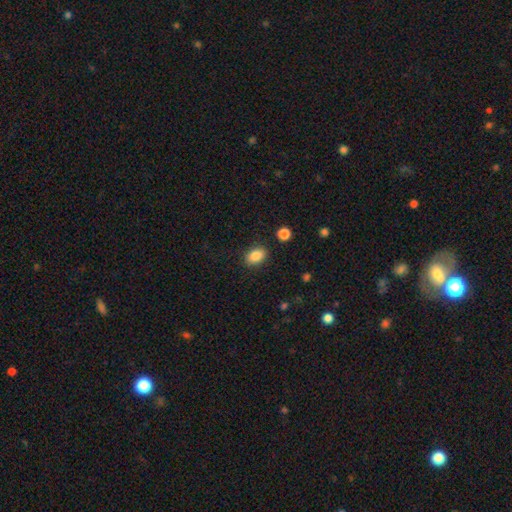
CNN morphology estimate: Q: Smooth or featured?
A: smooth (86%); runner-up: star or artifact (9%)
Q: How rounded?
A: in between (84%); runner-up: round (14%)
Q: Merging?
A: none (86%); runner-up: minor disturbance (9%)